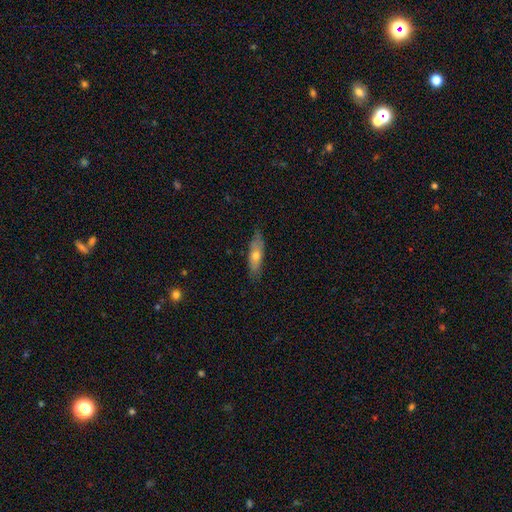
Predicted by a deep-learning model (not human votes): Smooth or featured? smooth (59%)
How rounded? cigar-shaped (52%)
Merging? none (78%)